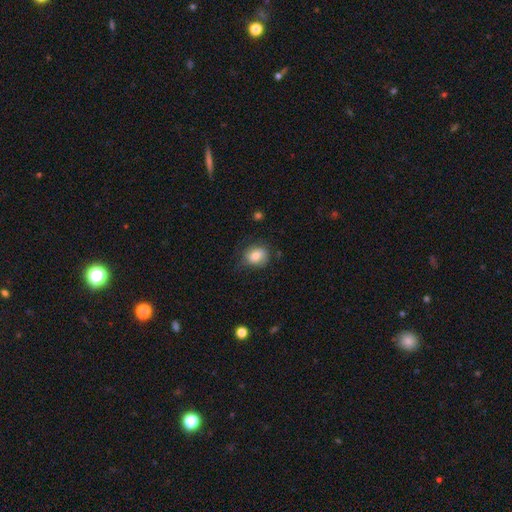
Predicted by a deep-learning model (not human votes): Smooth or featured? smooth (78%)
How rounded? round (59%)
Merging? none (67%)